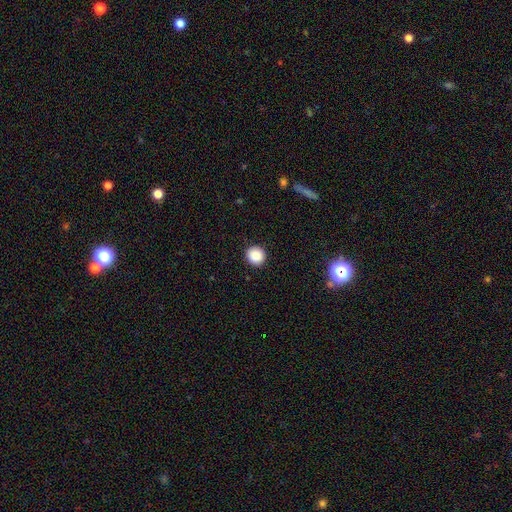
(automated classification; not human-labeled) smooth 88%, star or artifact 9%, featured or disk 3%. Down the decision tree: how rounded — round (93%); merging — none (92%).